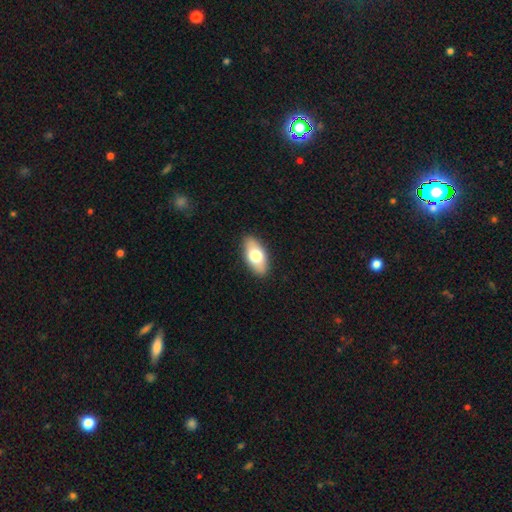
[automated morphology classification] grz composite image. It shows a smooth galaxy with no disk features (70%) that is in between round and cigar-shaped (91%). Merging: none (89%).